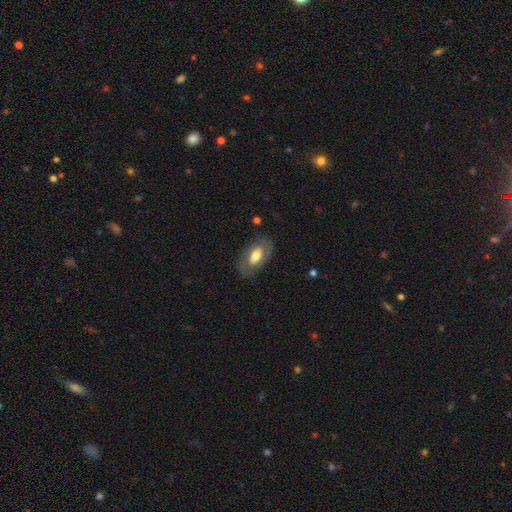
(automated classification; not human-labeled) The model was most divided on "smooth or featured": smooth: 48%, featured or disk: 47%, star or artifact: 6%. More confident: merging — none (77%).